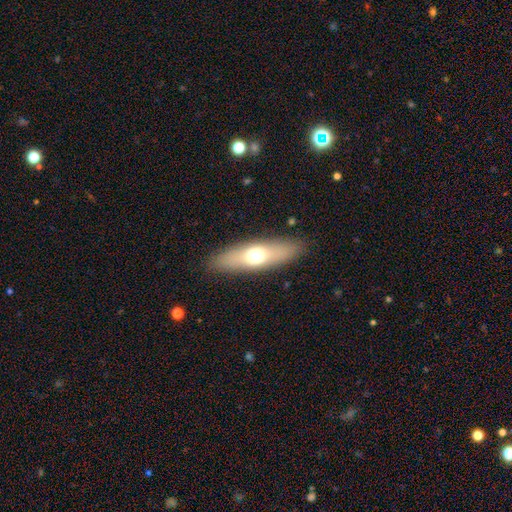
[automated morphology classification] This appears to be a smooth galaxy with no disk features (59%) that is in between round and cigar-shaped (49%). Merging: none (87%).